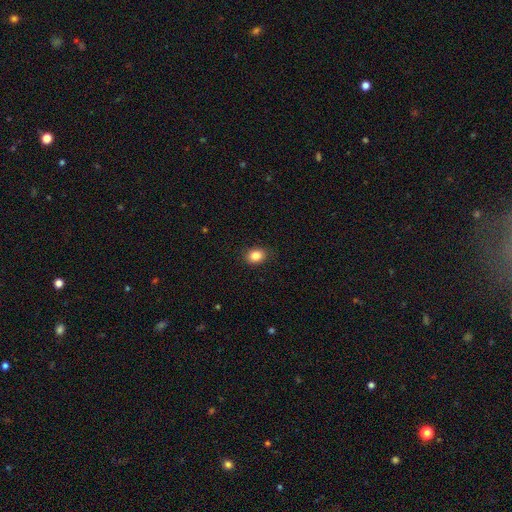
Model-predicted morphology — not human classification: This appears to be a smooth galaxy with no disk features (85%) that is in between round and cigar-shaped (60%). Merging: none (87%).